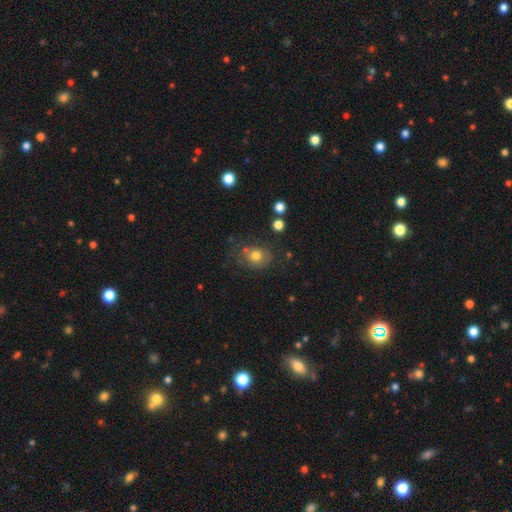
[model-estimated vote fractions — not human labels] Smooth or featured?
  - smooth: 72% *
  - featured or disk: 16%
  - star or artifact: 12%
How rounded?
  - round: 60% *
  - in between: 39%
  - cigar-shaped: 1%
Merging?
  - none: 55% *
  - minor disturbance: 23%
  - major disturbance: 12%
  - merger: 9%